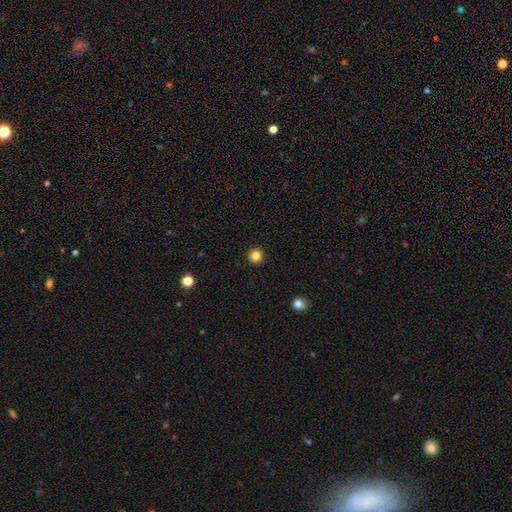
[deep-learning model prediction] The model was most divided on "smooth or featured": smooth: 84%, star or artifact: 12%, featured or disk: 5%. More confident: how rounded — round (96%); merging — none (94%).